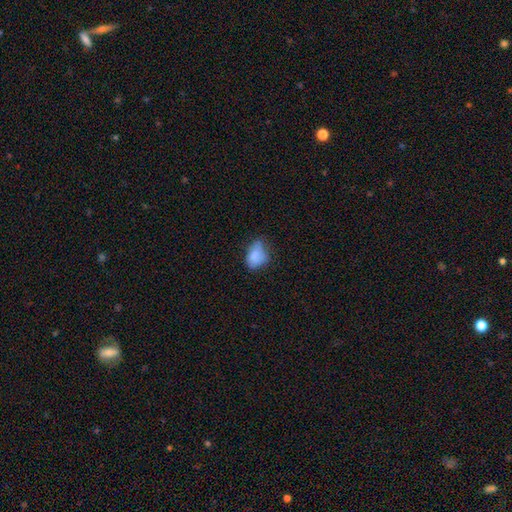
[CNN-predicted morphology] smooth-or-featured: smooth: 82% | star or artifact: 9% | featured or disk: 9%
  how-rounded: in between: 77% | round: 21% | cigar-shaped: 1%
  merging: none: 44% | minor disturbance: 40% | major disturbance: 13% | merger: 3%